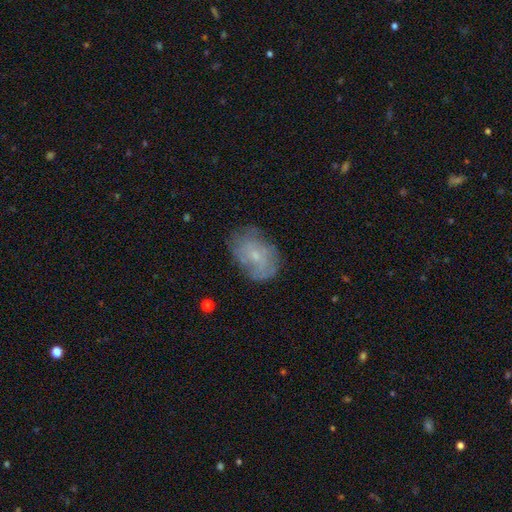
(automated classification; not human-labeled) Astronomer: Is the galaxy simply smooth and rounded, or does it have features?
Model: featured or disk — 47% (runner-up: smooth, 44%).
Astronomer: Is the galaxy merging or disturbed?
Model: none — 65%.